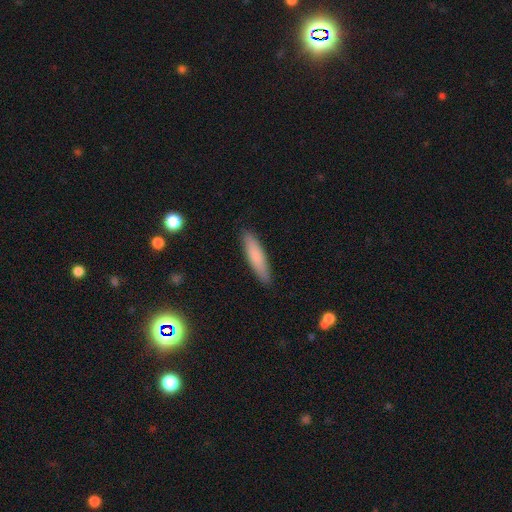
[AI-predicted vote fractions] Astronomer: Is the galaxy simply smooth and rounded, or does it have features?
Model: smooth — 80%.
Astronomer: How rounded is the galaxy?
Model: cigar-shaped — 77%.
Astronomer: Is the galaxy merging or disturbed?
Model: none — 88%.